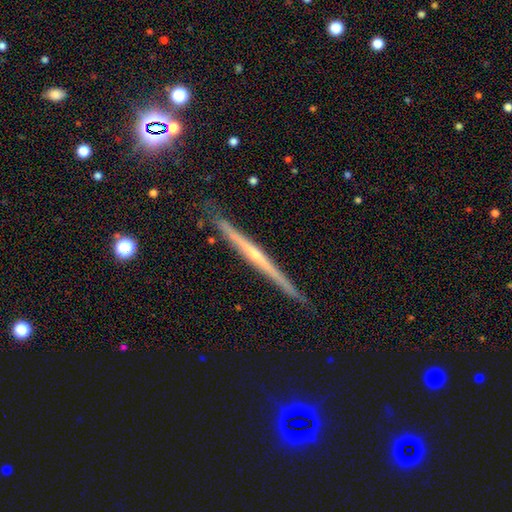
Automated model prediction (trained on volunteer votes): smooth-or-featured: featured or disk: 75% | smooth: 15% | star or artifact: 10%
  disk-edge-on: yes: 98% | no: 2%
    edge-on-bulge: rounded: 47% (tied) | none: 47% (tied) | boxy: 6%
  merging: none: 89% | minor disturbance: 8% | major disturbance: 1% | merger: 1%